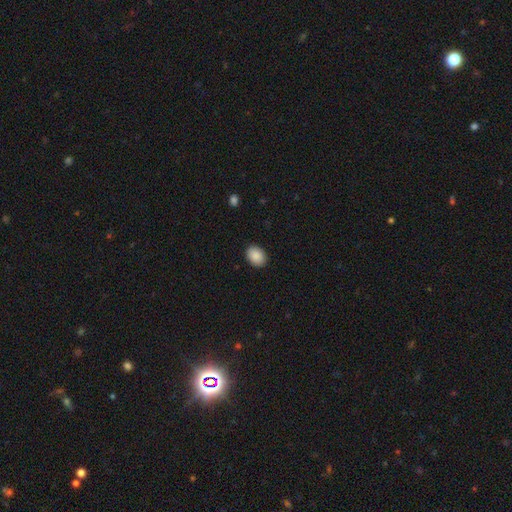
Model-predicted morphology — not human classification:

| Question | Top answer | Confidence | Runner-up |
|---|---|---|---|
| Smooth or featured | smooth | 90% | star or artifact (7%) |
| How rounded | in between | 72% | round (27%) |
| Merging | none | 90% | minor disturbance (7%) |